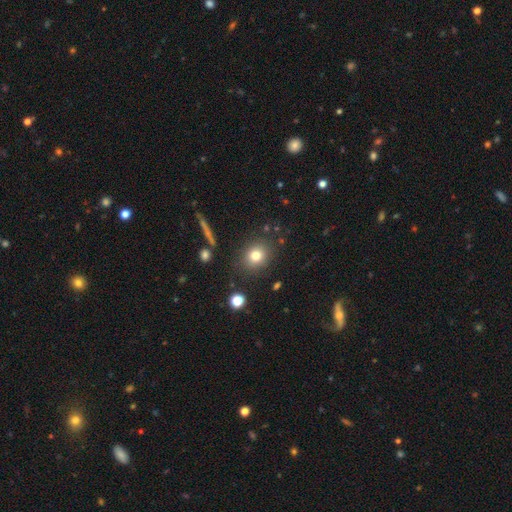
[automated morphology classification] Smooth or featured? Predicted: smooth (p=0.79). How rounded? Predicted: round (p=0.71). Merging? Predicted: none (p=0.85).